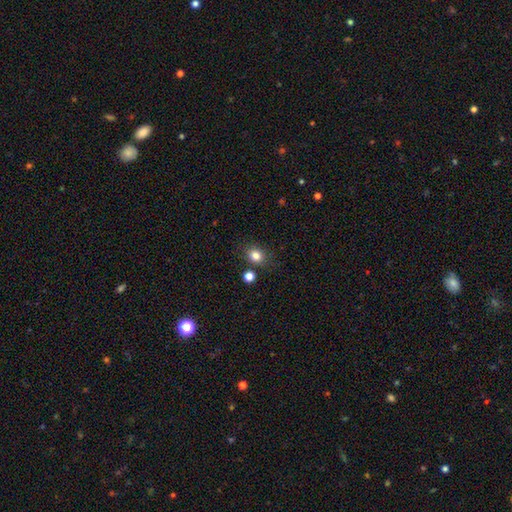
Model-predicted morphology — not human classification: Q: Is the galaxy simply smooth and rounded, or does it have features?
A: smooth — 83%.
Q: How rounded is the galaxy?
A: round — 61%.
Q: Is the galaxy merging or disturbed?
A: none — 79%.